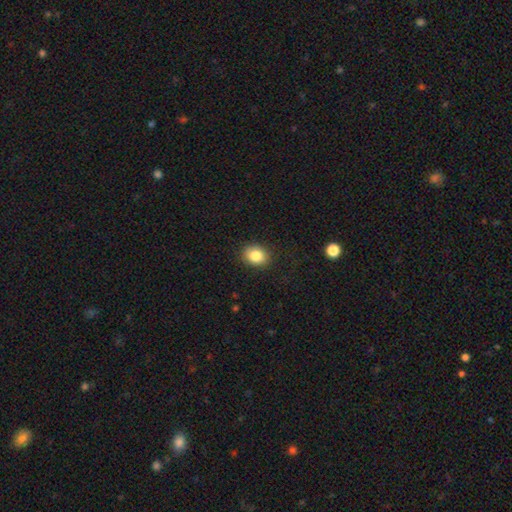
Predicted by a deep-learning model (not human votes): smooth 85%, star or artifact 9%, featured or disk 6%. Down the decision tree: how rounded — in between (53%); merging — none (88%).